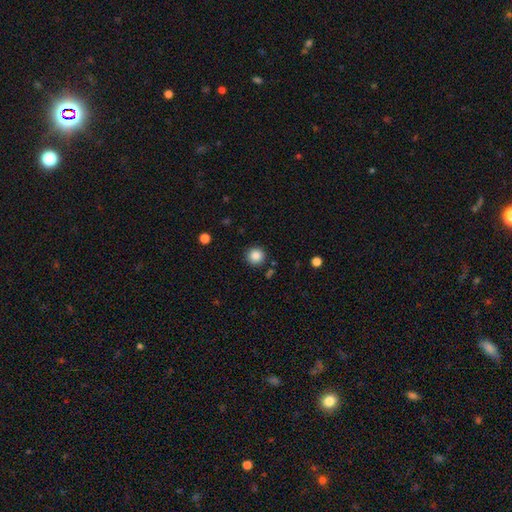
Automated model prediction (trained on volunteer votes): This is clearly a smooth galaxy (86%). How rounded: clearly round (95%). Merging: clearly none (89%).